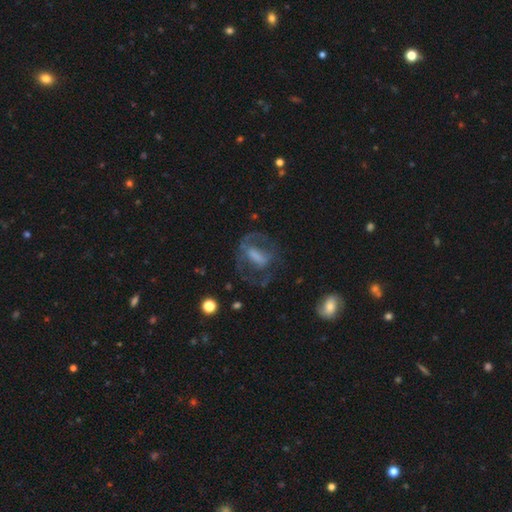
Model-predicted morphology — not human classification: featured or disk 67%, smooth 21%, star or artifact 12%. Down the decision tree: edge-on disk — no (92%); bar — strong (39%); spiral arms — yes (62%); bulge size — none (30%); merging — none (56%).